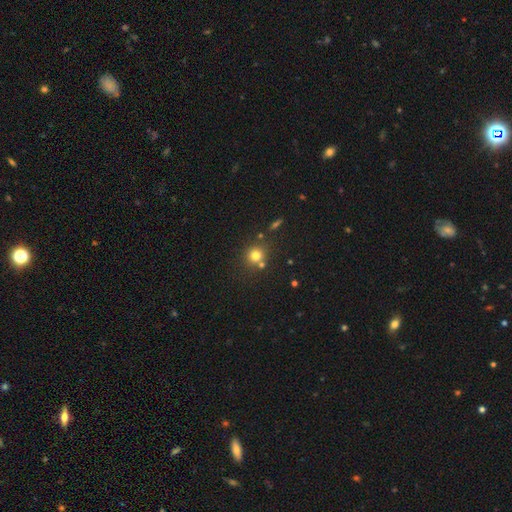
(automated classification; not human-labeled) The model was most divided on "merging": none: 68%, merger: 19%, minor disturbance: 9%, major disturbance: 3%. More confident: how rounded — round (88%); smooth or featured — smooth (76%).